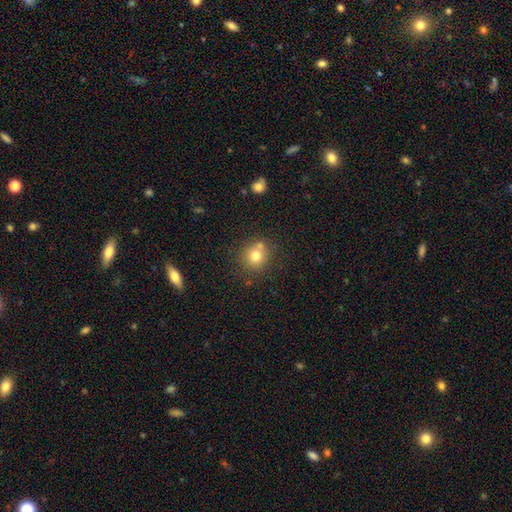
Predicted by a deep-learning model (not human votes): This appears to be a smooth galaxy with no disk features (75%) that is round (87%). Merging: none (66%).